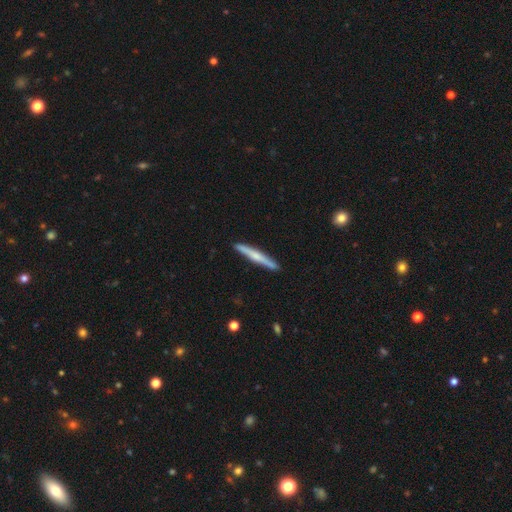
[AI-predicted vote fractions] smooth_or_featured: featured or disk (p=0.54) [alt: smooth p=0.40]
disk_edge_on: yes (p=0.97) [alt: no p=0.03]
edge_on_bulge: rounded (p=0.68) [alt: none p=0.24]
merging: none (p=0.91) [alt: minor disturbance p=0.07]